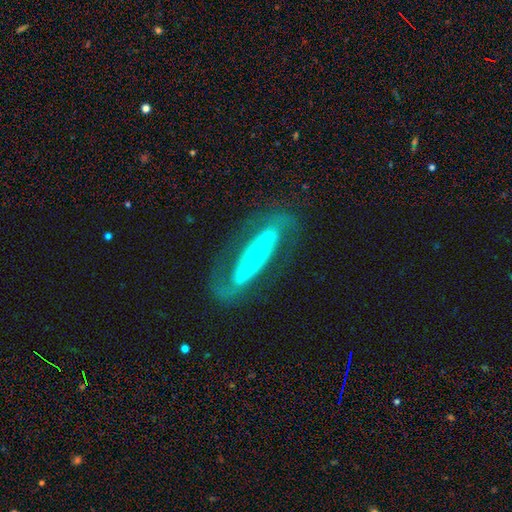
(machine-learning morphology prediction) smooth-or-featured: featured or disk: 77% | smooth: 17% | star or artifact: 6%
  disk-edge-on: no: 83% | yes: 17%
    bar: no: 66% | weak: 20% | strong: 14%
    has-spiral-arms: yes: 65% | no: 35%
    bulge-size: small: 59% | moderate: 36% | large: 2% | none: 1% | dominant: 1%
  merging: none: 69% | minor disturbance: 16% | major disturbance: 13% | merger: 2%